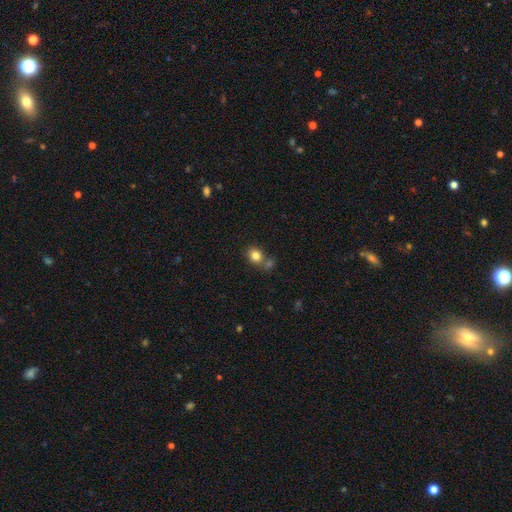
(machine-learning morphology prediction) The model was most divided on "merging": none: 58%, merger: 26%, minor disturbance: 12%, major disturbance: 4%. More confident: smooth or featured — smooth (82%); how rounded — round (68%).